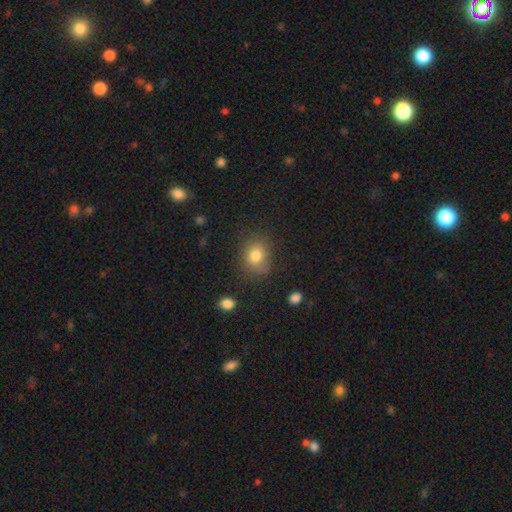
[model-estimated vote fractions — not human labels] Smooth or featured: smooth — 78% (star or artifact — 11%)
How rounded: round — 62% (in between — 37%)
Merging: none — 70% (minor disturbance — 21%)